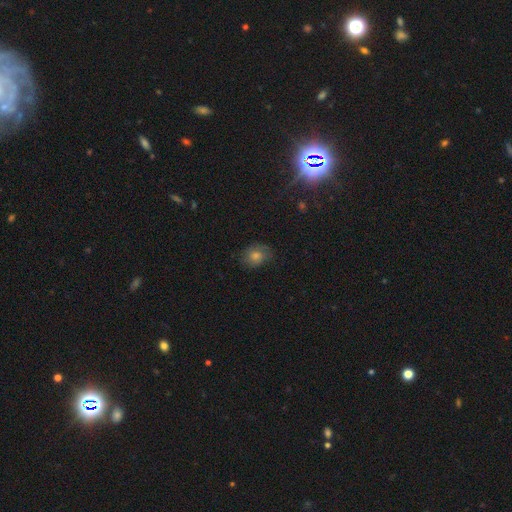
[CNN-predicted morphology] Smooth or featured? smooth (54%)
How rounded? round (55%)
Merging? none (73%)